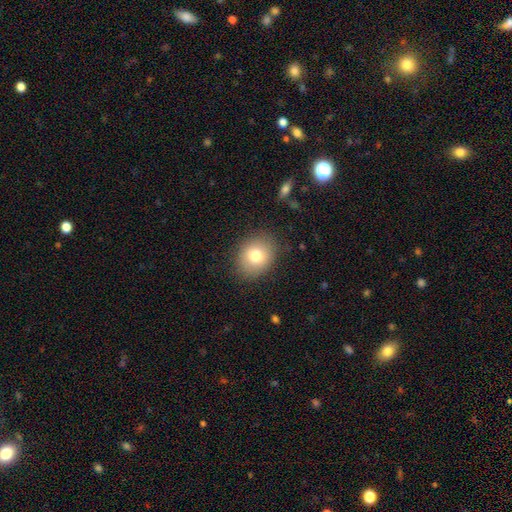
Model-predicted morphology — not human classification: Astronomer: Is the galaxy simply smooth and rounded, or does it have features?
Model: smooth — 77%.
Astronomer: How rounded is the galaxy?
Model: round — 54% (runner-up: in between, 45%).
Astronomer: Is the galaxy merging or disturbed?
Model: none — 85%.